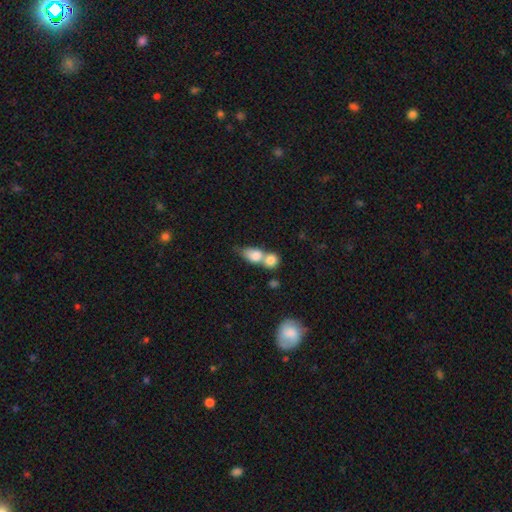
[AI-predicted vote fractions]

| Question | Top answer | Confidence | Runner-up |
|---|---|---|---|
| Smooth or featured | smooth | 79% | featured or disk (14%) |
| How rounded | in between | 63% | round (32%) |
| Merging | merger | 72% | none (17%) |